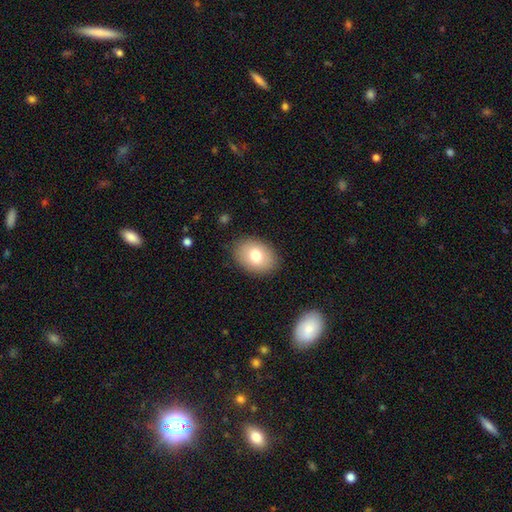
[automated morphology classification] smooth_or_featured: smooth (p=0.76) [alt: featured or disk p=0.16]
how_rounded: in between (p=0.74) [alt: round p=0.25]
merging: none (p=0.86) [alt: minor disturbance p=0.10]